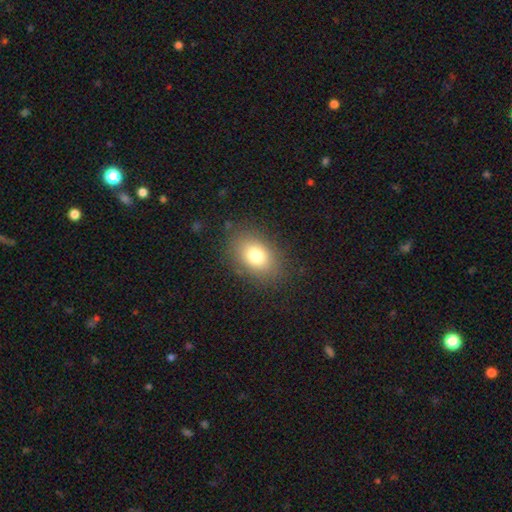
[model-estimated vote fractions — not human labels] smooth_or_featured: smooth (p=0.77) [alt: featured or disk p=0.11]
how_rounded: in between (p=0.74) [alt: round p=0.25]
merging: none (p=0.83) [alt: minor disturbance p=0.11]